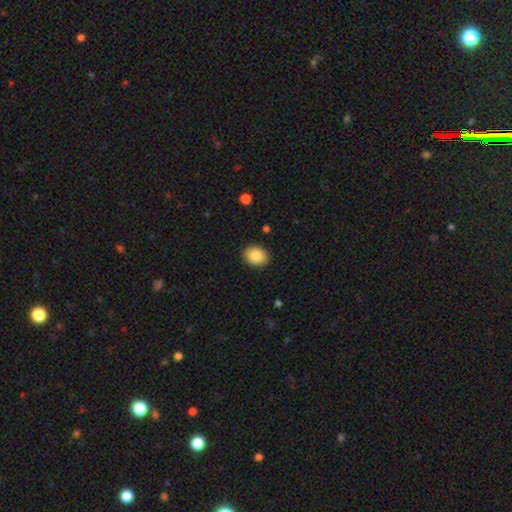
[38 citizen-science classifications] smooth 95%, star or artifact 5%, featured or disk 0%. Down the decision tree: how rounded — in between (78%); merging — none (83%).